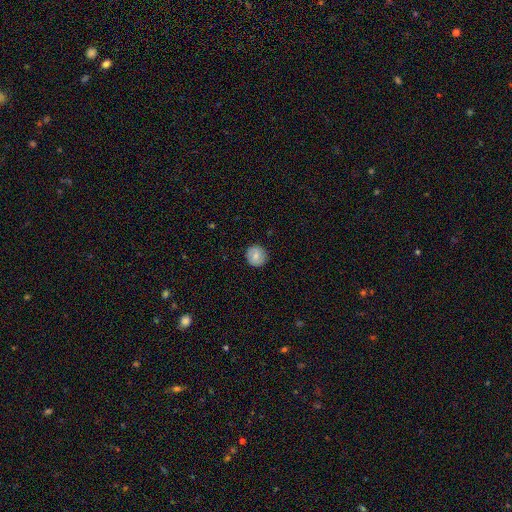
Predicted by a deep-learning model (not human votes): Smooth or featured?
  - smooth: 75% *
  - featured or disk: 17%
  - star or artifact: 8%
How rounded?
  - round: 92% *
  - in between: 7%
  - cigar-shaped: 1%
Merging?
  - none: 88% *
  - minor disturbance: 9%
  - major disturbance: 2%
  - merger: 1%